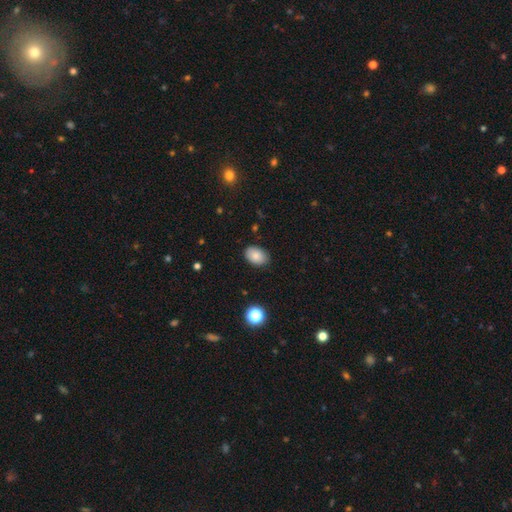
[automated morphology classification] A smooth galaxy with no disk features (85%) that is in between round and cigar-shaped (83%). Merging: none (84%).